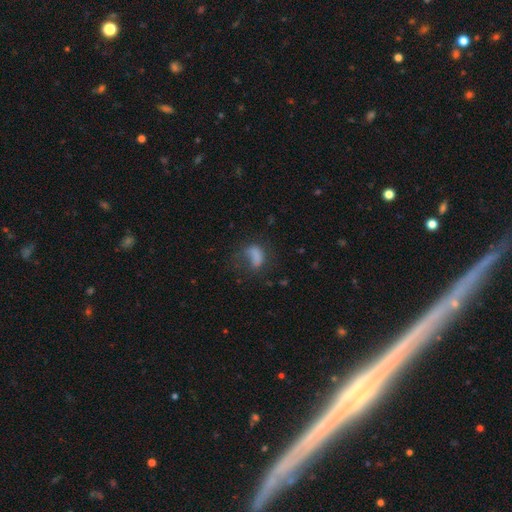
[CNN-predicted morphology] Smooth or featured: smooth — 68% (featured or disk — 20%)
How rounded: in between — 81% (round — 15%)
Merging: major disturbance — 43% (none — 30%)